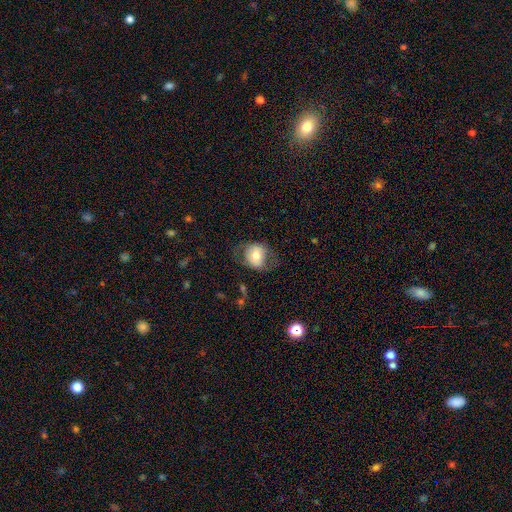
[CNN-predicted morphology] smooth-or-featured: smooth: 62% | featured or disk: 30% | star or artifact: 8%
  how-rounded: round: 60% | in between: 39% | cigar-shaped: 1%
  merging: none: 61% | minor disturbance: 21% | major disturbance: 17% | merger: 2%